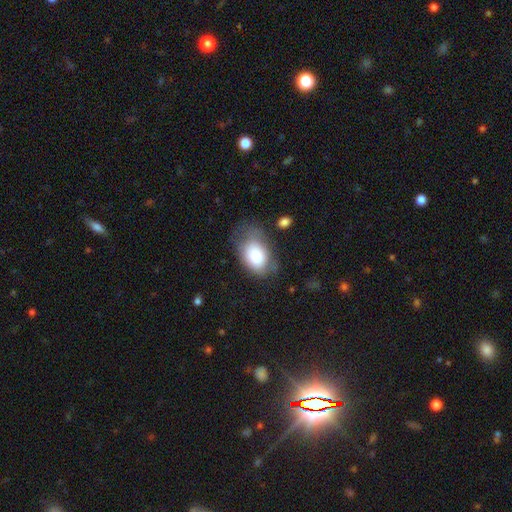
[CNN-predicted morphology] Smooth or featured? Predicted: smooth (p=0.77). How rounded? Predicted: in between (p=0.82). Merging? Predicted: none (p=0.46).